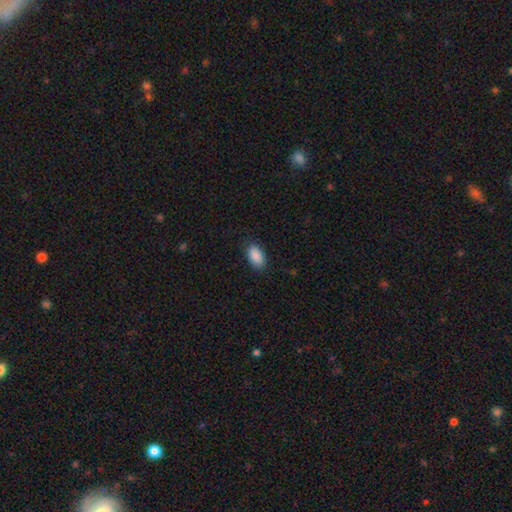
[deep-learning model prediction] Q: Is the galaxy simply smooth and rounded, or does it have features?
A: smooth — 90%.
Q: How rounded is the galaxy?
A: in between — 94%.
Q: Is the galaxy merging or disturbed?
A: none — 86%.